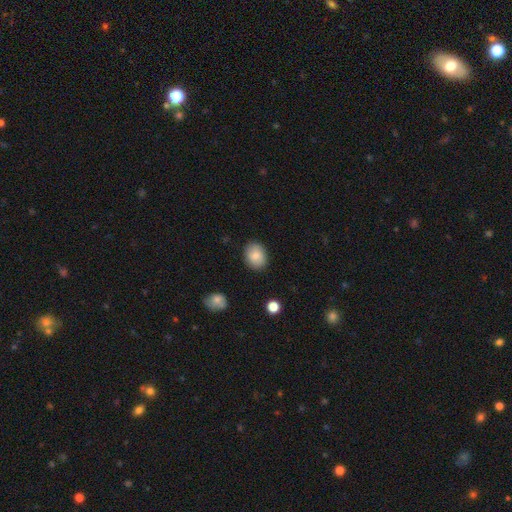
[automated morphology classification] A smooth galaxy with no disk features (84%) that is in between round and cigar-shaped (52%).

Vote fractions:
- Smooth or featured? smooth: 84% / featured or disk: 8% / star or artifact: 8%
- How rounded? in between: 52% / round: 47% / cigar-shaped: 1%
- Merging? none: 86% / minor disturbance: 10% / major disturbance: 2% / merger: 1%